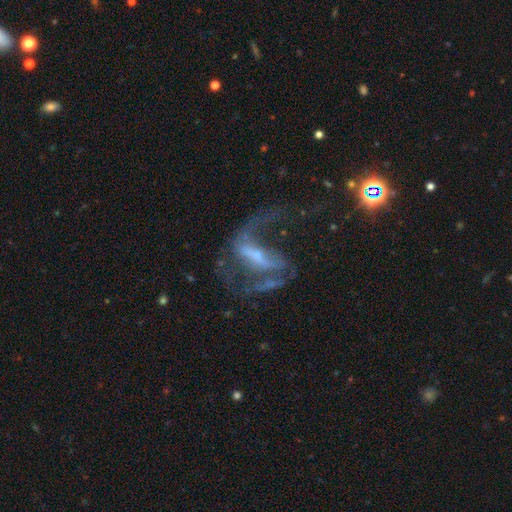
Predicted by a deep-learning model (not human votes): This is clearly a featured or disk galaxy (80%). It is clearly not viewed edge-on (91%). Bar: possibly strong (53%). Spiral arm pattern: likely yes (79%). Spiral arm count: likely 2 (68%). Spiral winding: likely loose (64%). Central bulge: likely small (68%). Merging: marginally major disturbance (44%).